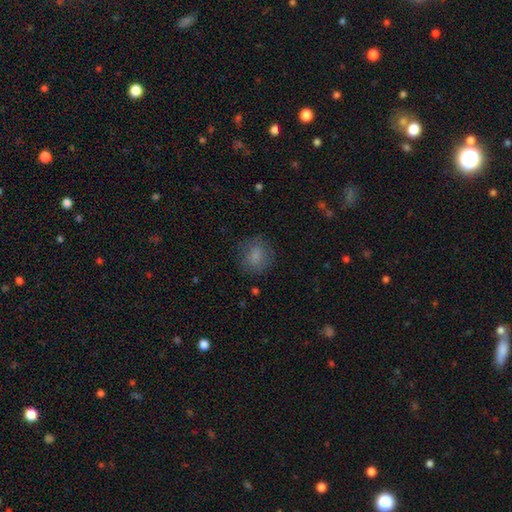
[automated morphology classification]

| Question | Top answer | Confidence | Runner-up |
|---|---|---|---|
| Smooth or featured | smooth | 80% | featured or disk (10%) |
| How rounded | round | 77% | in between (22%) |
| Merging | none | 77% | minor disturbance (15%) |